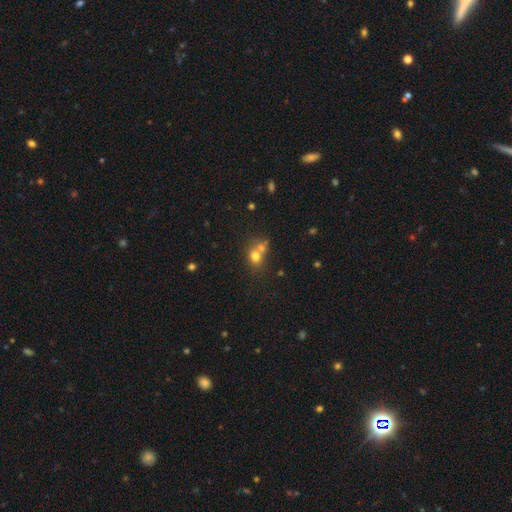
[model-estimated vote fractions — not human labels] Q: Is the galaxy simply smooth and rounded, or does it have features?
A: smooth — 71%.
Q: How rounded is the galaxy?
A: round — 65%.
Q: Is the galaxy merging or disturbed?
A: merger — 47%.